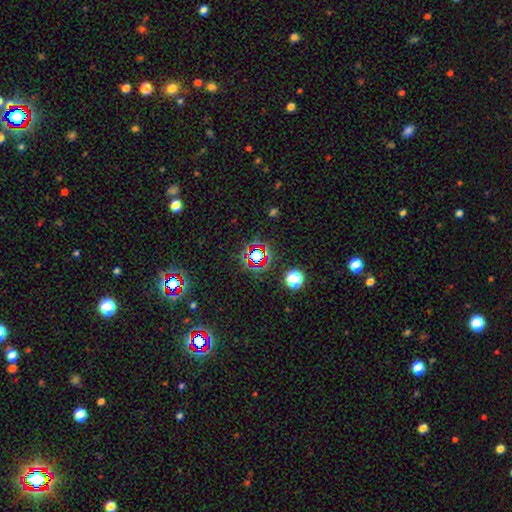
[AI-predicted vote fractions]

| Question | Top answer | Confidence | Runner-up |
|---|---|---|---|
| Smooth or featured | star or artifact | 70% | smooth (20%) |